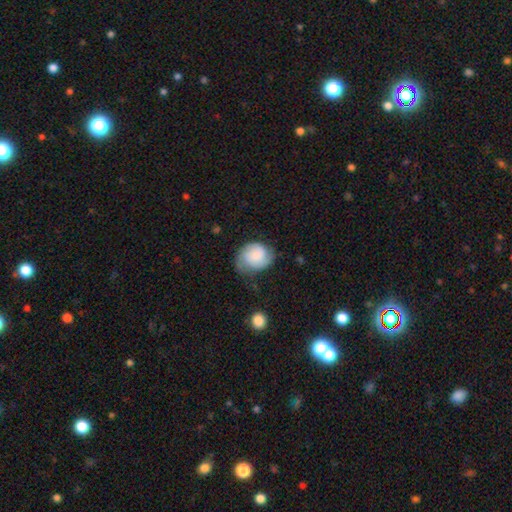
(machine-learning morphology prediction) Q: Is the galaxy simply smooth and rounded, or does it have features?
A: smooth — 56%.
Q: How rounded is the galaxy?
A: round — 54%.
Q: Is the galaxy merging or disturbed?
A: none — 48%.